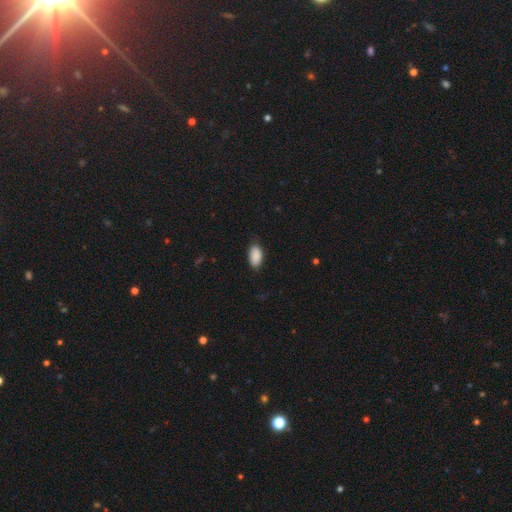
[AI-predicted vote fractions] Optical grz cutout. It shows a smooth galaxy with no disk features (90%) that is in between round and cigar-shaped (94%). Merging: none (79%).